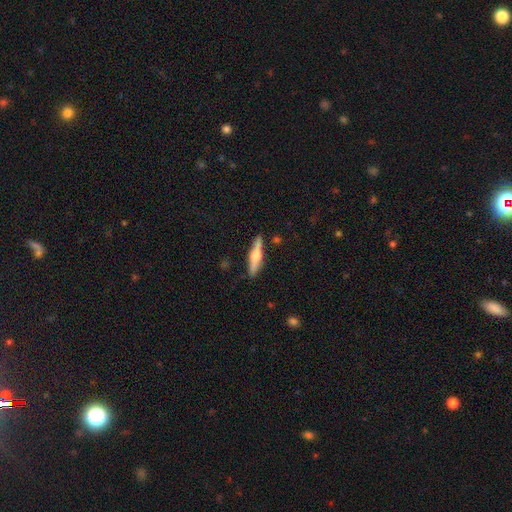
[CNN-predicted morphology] Overall: featured or disk (61%; smooth 33%). Edge-on disk: yes (96%). Edge-on bulge: rounded (91%). Merging: none (88%).